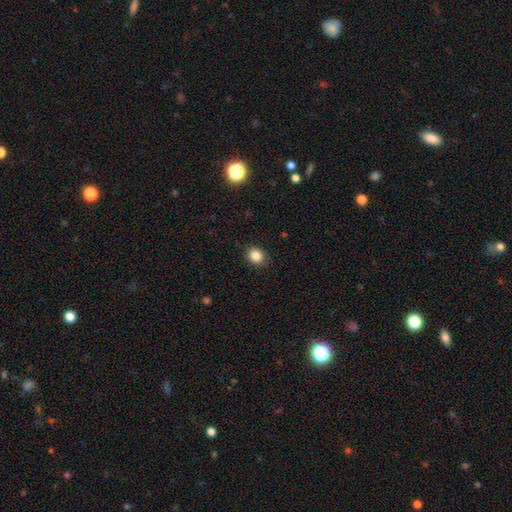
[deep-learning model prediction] smooth 86%, star or artifact 10%, featured or disk 4%. Down the decision tree: how rounded — round (57%); merging — none (88%).